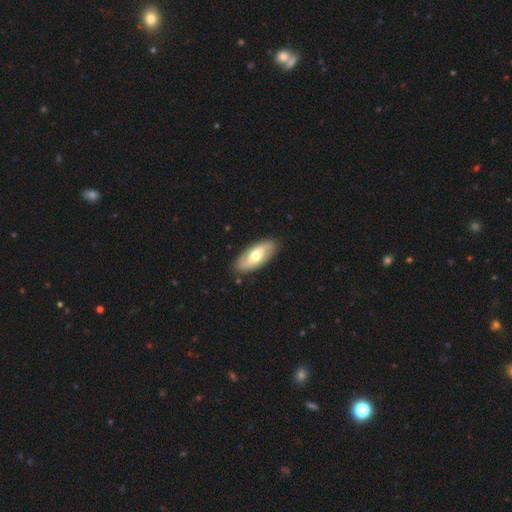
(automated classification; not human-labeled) Overall: smooth (48%; featured or disk 47%). Merging: none (86%).